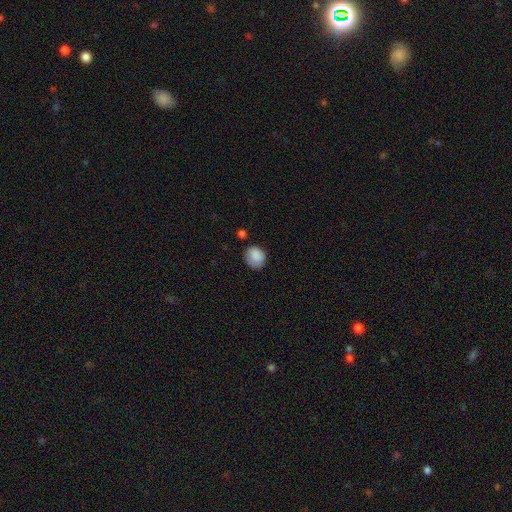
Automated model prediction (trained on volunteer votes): Smooth or featured?
  - smooth: 87% *
  - star or artifact: 8%
  - featured or disk: 5%
How rounded?
  - round: 68% *
  - in between: 32%
  - cigar-shaped: 1%
Merging?
  - none: 72% *
  - minor disturbance: 20%
  - major disturbance: 5%
  - merger: 3%